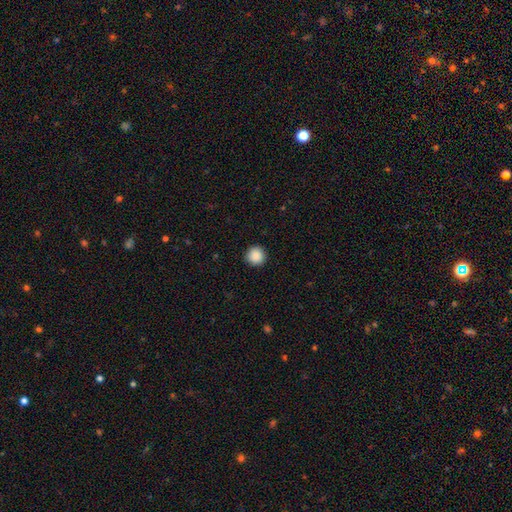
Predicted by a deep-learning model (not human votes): Smooth or featured?
  - smooth: 89% *
  - star or artifact: 9%
  - featured or disk: 2%
How rounded?
  - round: 95% *
  - in between: 4%
  - cigar-shaped: 1%
Merging?
  - none: 92% *
  - minor disturbance: 6%
  - major disturbance: 2%
  - merger: 1%